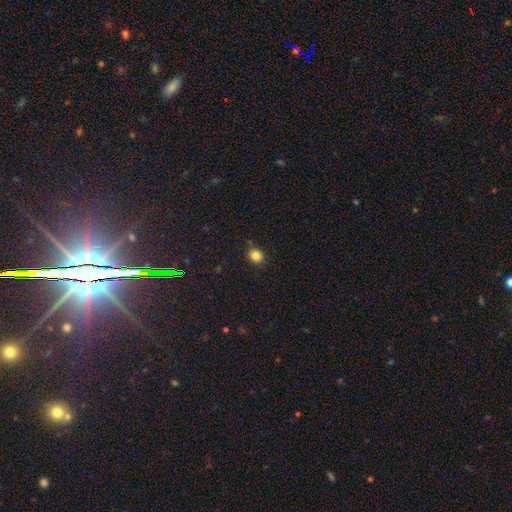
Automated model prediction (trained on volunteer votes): Smooth or featured: smooth — 83% (star or artifact — 12%)
How rounded: round — 77% (in between — 23%)
Merging: none — 85% (minor disturbance — 10%)